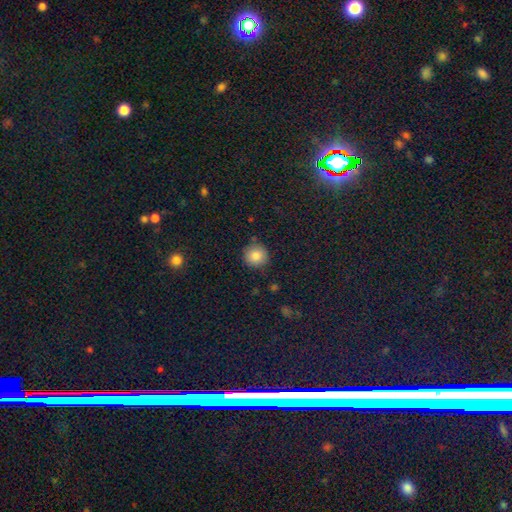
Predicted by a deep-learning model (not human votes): smooth_or_featured: smooth (p=0.84) [alt: star or artifact p=0.10]
how_rounded: round (p=0.93) [alt: in between p=0.06]
merging: none (p=0.85) [alt: minor disturbance p=0.10]